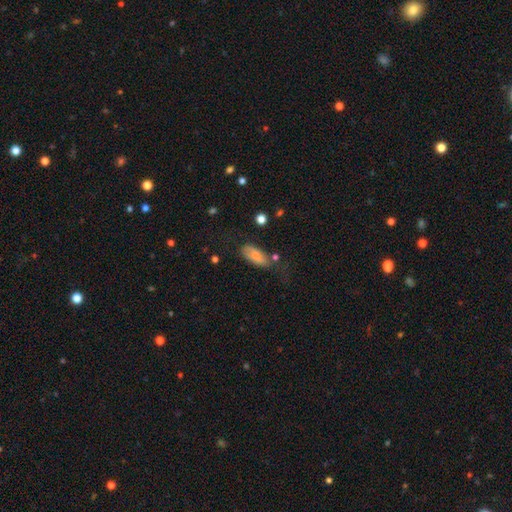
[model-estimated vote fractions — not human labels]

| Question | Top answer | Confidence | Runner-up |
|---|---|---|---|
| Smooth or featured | smooth | 77% | featured or disk (14%) |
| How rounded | in between | 82% | cigar-shaped (15%) |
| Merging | none | 50% | minor disturbance (29%) |